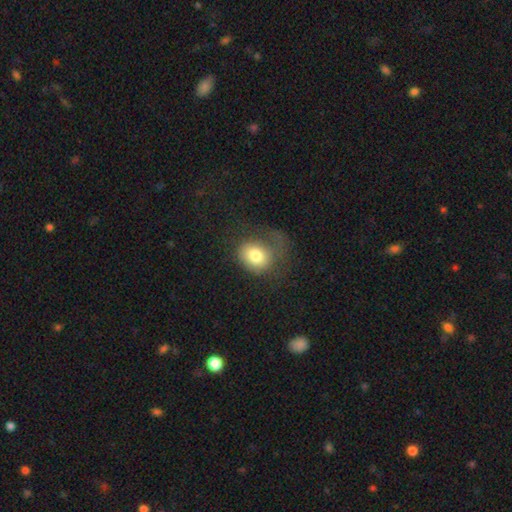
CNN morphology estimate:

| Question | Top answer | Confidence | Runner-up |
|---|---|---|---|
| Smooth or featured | smooth | 77% | featured or disk (15%) |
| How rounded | in between | 52% | round (47%) |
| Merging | none | 38% | major disturbance (36%) |